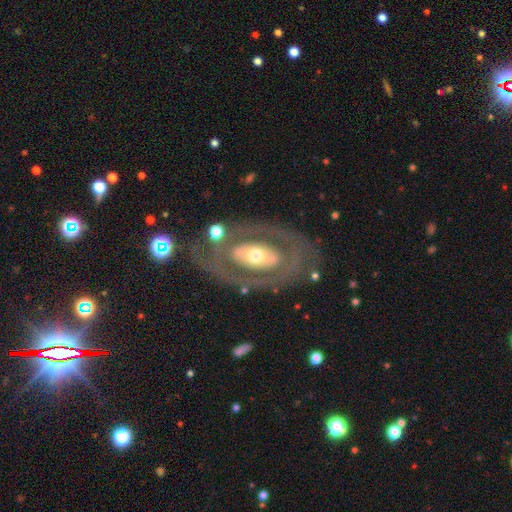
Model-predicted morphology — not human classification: type=featured or disk (70%); edge-on=no (92%); bar=no (75%); spiral arms=no (75%); bulge=moderate (61%); merging=none (72%).